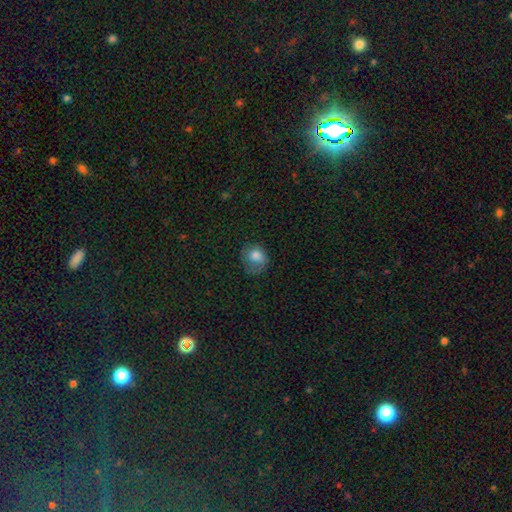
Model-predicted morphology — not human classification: Q: Smooth or featured?
A: smooth (76%); runner-up: featured or disk (14%)
Q: How rounded?
A: round (66%); runner-up: in between (33%)
Q: Merging?
A: none (50%); runner-up: minor disturbance (29%)